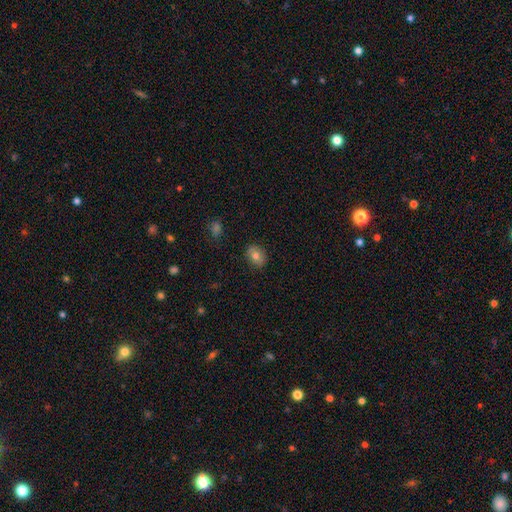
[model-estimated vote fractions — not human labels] This appears to be a smooth galaxy with no disk features (78%) that is in between round and cigar-shaped (65%). Merging: none (86%).